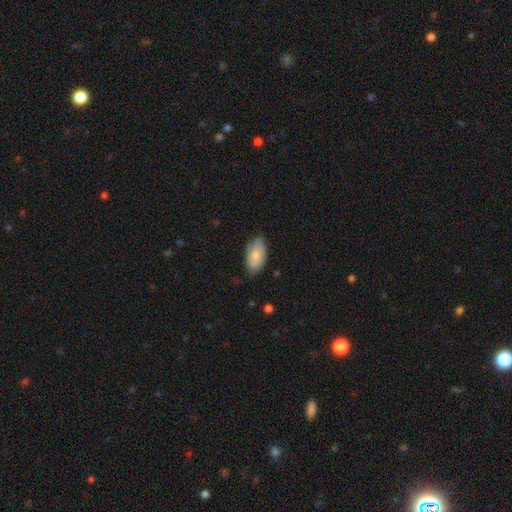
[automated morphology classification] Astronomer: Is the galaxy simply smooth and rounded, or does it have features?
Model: smooth — 73%.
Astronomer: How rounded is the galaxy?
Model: in between — 94%.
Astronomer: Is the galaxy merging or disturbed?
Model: none — 72%.